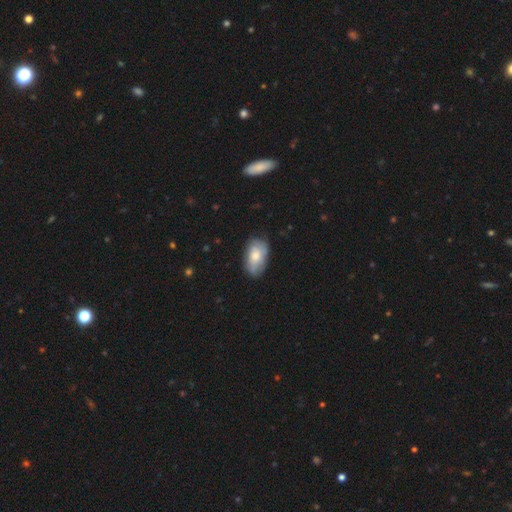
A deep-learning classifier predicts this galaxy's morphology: smooth_or_featured: smooth (p=0.72) [alt: featured or disk p=0.22]
how_rounded: in between (p=0.93) [alt: round p=0.05]
merging: none (p=0.67) [alt: minor disturbance p=0.25]